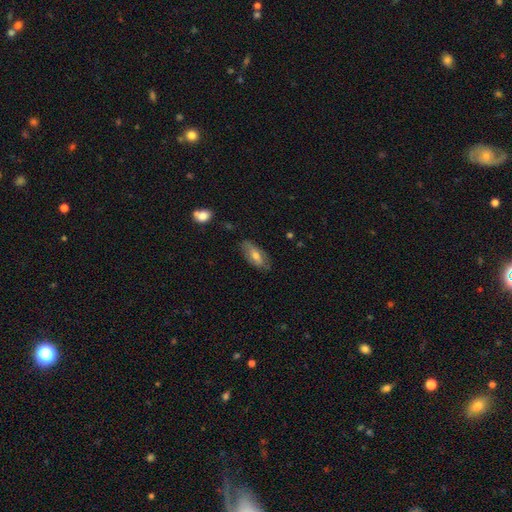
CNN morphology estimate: smooth 58%, featured or disk 35%, star or artifact 7%. Down the decision tree: how rounded — in between (84%); merging — none (72%).